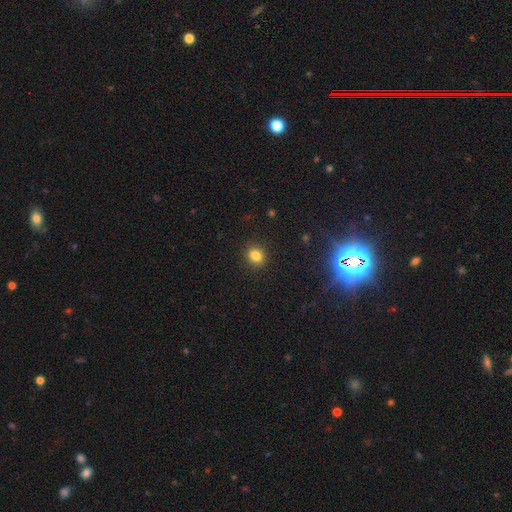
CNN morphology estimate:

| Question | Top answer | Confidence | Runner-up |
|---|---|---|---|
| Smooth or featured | smooth | 82% | star or artifact (12%) |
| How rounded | round | 64% | in between (35%) |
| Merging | none | 89% | minor disturbance (7%) |